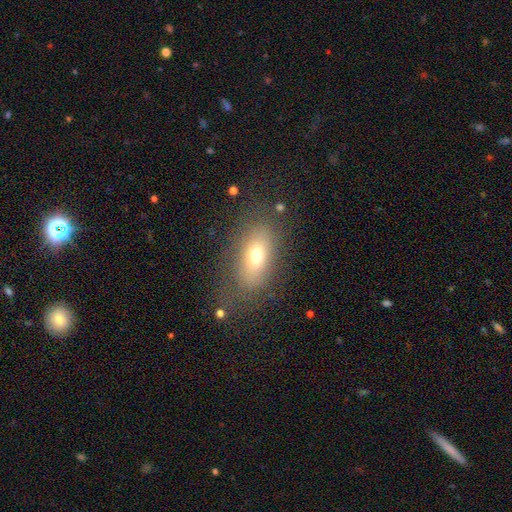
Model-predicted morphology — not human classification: type=smooth (69%); roundness=in between (83%); merging=none (73%).